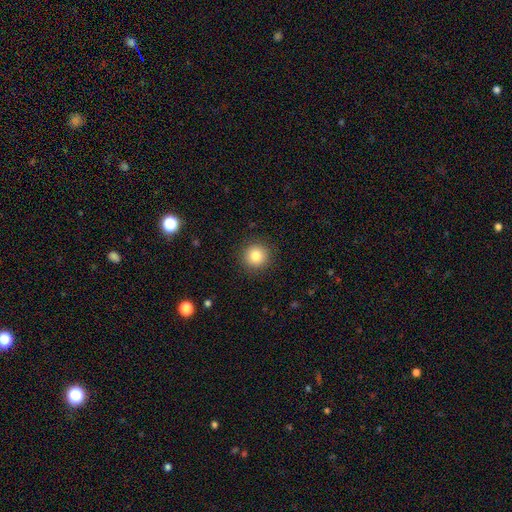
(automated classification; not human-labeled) smooth 83%, star or artifact 10%, featured or disk 6%. Down the decision tree: how rounded — round (94%); merging — none (91%).